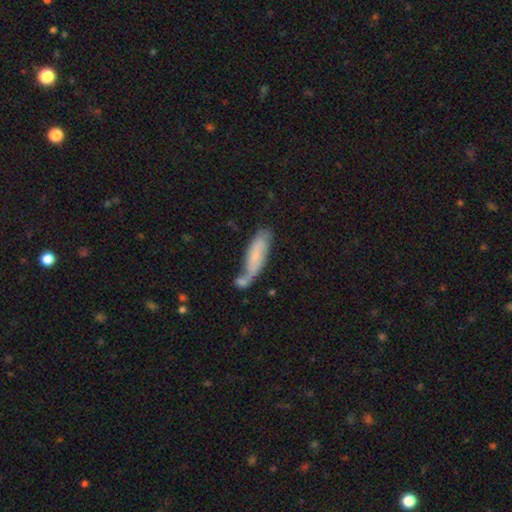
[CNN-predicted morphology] This is possibly a smooth galaxy (60%). How rounded: possibly cigar-shaped (55%). Merging: marginally none (36%).